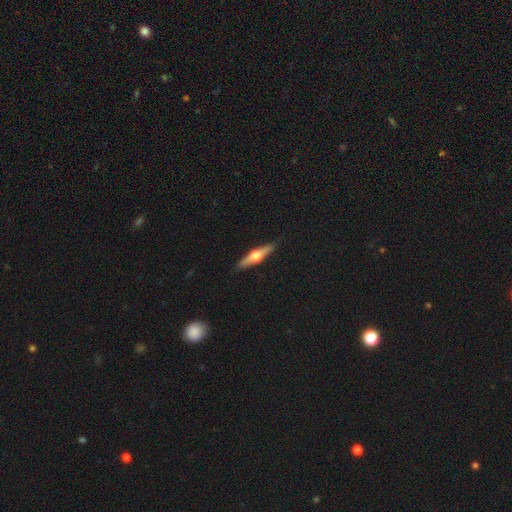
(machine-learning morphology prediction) A featured or disk galaxy (64%) viewed edge-on (96%) with a rounded central bulge (95%). Merging: none (90%).